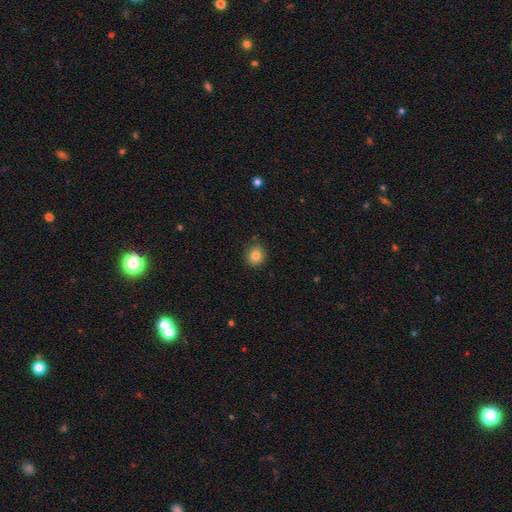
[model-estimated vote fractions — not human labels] This appears to be a smooth galaxy with no disk features (83%) that is round (84%). Merging: none (88%).